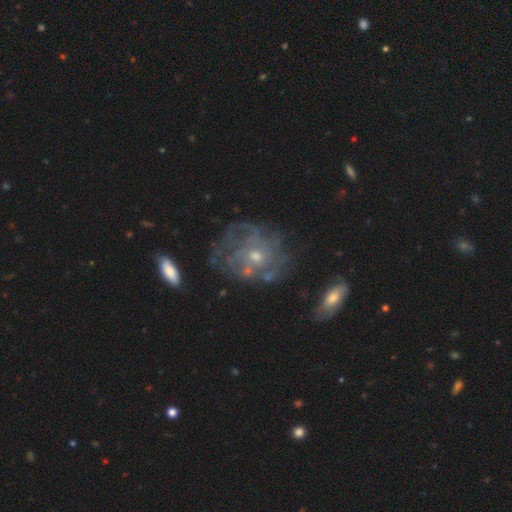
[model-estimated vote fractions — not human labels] Smooth or featured? featured or disk (73%)
Edge-on disk? no (97%)
Bar? no (80%)
Spiral arms? yes (62%)
Bulge size? small (49%)
Merging? none (52%)